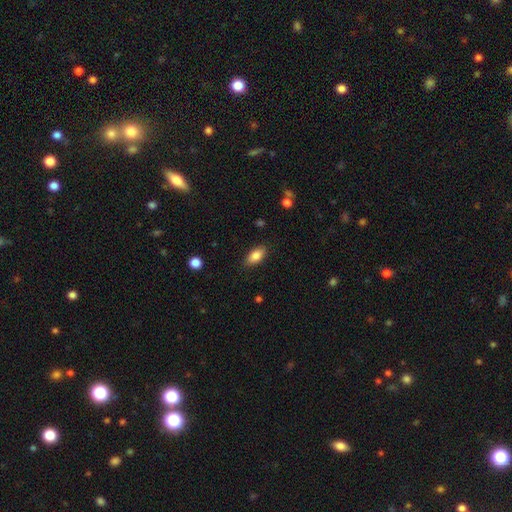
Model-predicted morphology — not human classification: Smooth or featured? smooth (85%)
How rounded? in between (90%)
Merging? none (85%)